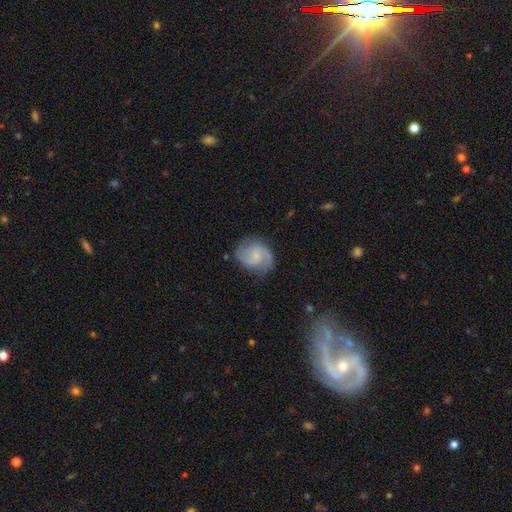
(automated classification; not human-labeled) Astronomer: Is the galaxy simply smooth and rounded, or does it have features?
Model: featured or disk — 76%.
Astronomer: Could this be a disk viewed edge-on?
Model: no — 98%.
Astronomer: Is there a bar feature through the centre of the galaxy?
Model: no — 58% (runner-up: weak, 37%).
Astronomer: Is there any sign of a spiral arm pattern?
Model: yes — 95%.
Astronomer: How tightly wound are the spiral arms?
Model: medium — 52%.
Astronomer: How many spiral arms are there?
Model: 2 — 88%.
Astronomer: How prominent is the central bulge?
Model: small — 64%.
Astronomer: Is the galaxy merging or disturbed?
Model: none — 76%.